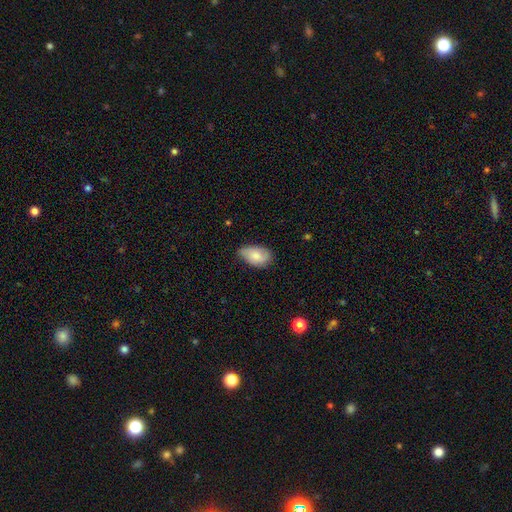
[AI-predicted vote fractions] This appears to be a smooth galaxy with no disk features (78%) that is in between round and cigar-shaped (92%). Merging: none (55%).